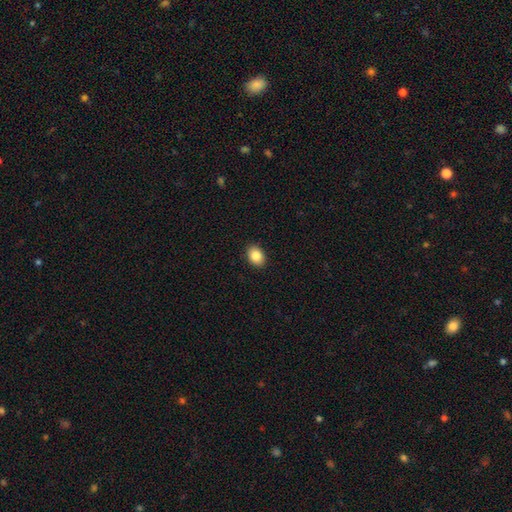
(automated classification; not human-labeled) Morphology: type=smooth (87%); roundness=in between (73%); merging=none (90%).